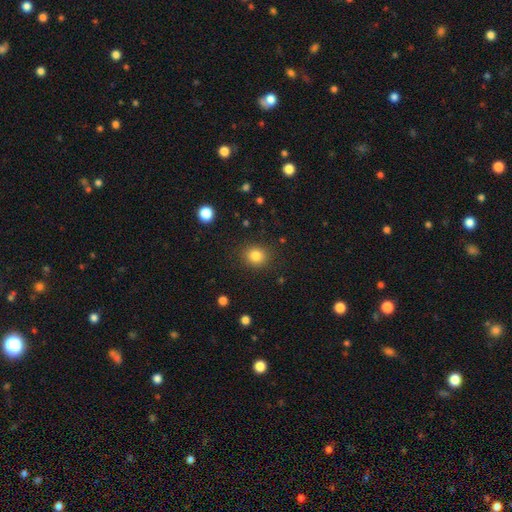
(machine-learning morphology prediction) Q: Smooth or featured?
A: smooth (83%); runner-up: star or artifact (11%)
Q: How rounded?
A: round (75%); runner-up: in between (24%)
Q: Merging?
A: none (88%); runner-up: minor disturbance (8%)